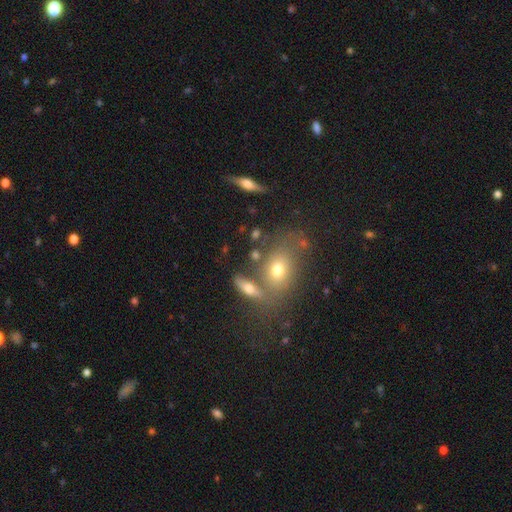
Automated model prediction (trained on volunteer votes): Morphology: type=smooth (53%); roundness=in between (67%); merging=none (57%).